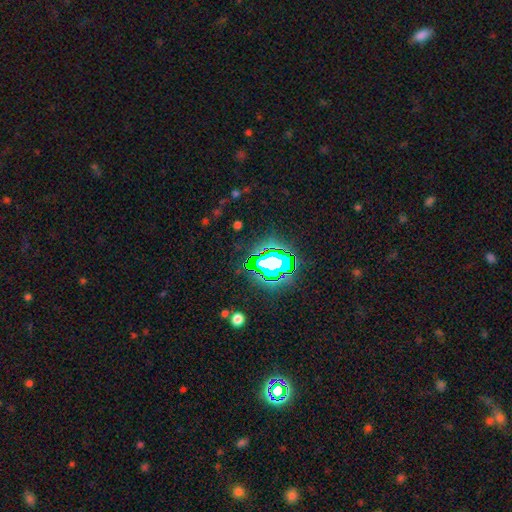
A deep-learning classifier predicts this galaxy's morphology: smooth_or_featured: star or artifact (p=0.79) [alt: smooth p=0.12]